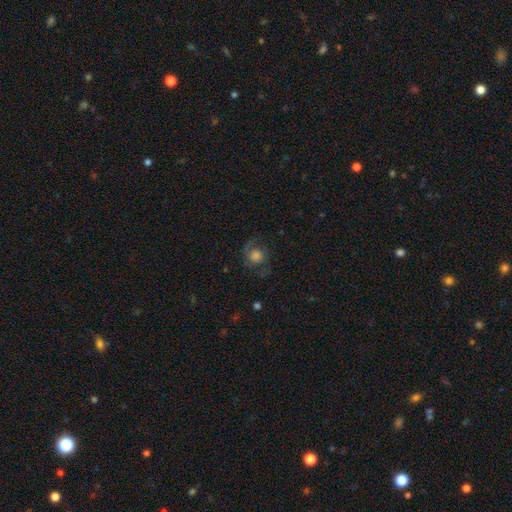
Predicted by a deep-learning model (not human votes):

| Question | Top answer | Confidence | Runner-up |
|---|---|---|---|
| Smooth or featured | featured or disk | 53% | smooth (35%) |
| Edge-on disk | no | 96% | yes (4%) |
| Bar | no | 76% | weak (20%) |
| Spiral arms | yes | 84% | no (16%) |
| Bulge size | large | 41% | moderate (27%) |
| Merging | none | 65% | minor disturbance (17%) |